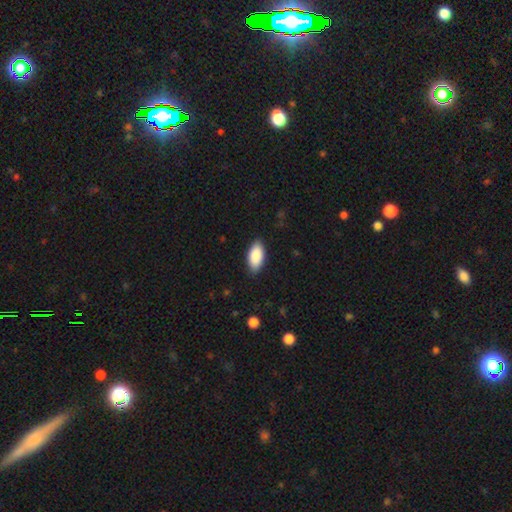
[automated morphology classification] smooth 89%, star or artifact 6%, featured or disk 5%. Down the decision tree: how rounded — in between (93%); merging — none (86%).